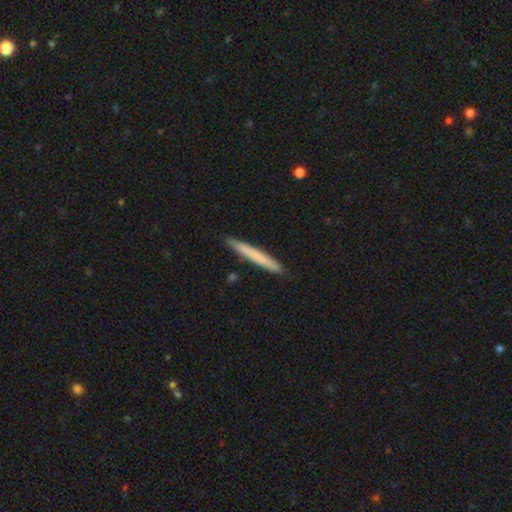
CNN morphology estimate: This appears to be a smooth galaxy with no disk features (71%) that is cigar-shaped (97%). Merging: none (92%).